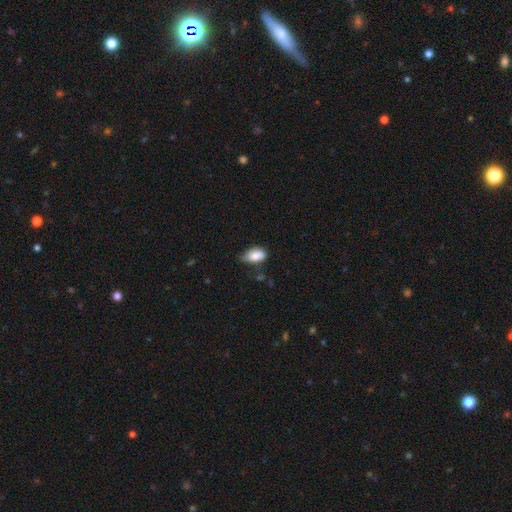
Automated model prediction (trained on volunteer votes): Smooth or featured: smooth — 83% (featured or disk — 9%)
How rounded: in between — 89% (round — 8%)
Merging: minor disturbance — 45% (none — 41%)